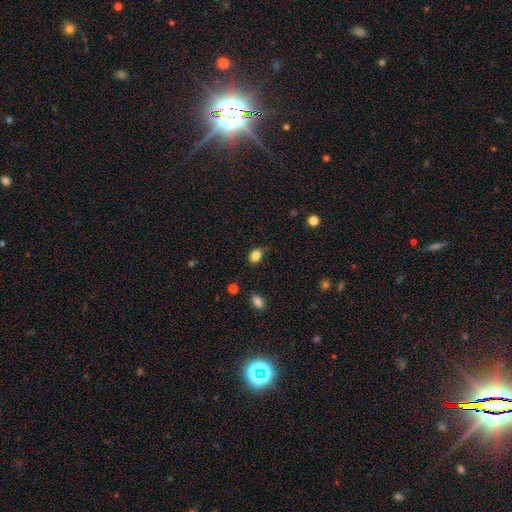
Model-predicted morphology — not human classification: Smooth or featured: smooth — 85% (star or artifact — 11%)
How rounded: in between — 63% (round — 35%)
Merging: none — 76% (minor disturbance — 18%)